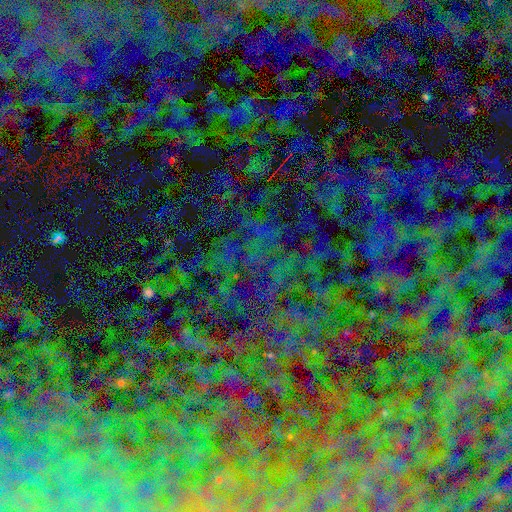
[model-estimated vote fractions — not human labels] smooth-or-featured: star or artifact: 82% | smooth: 9% | featured or disk: 9%